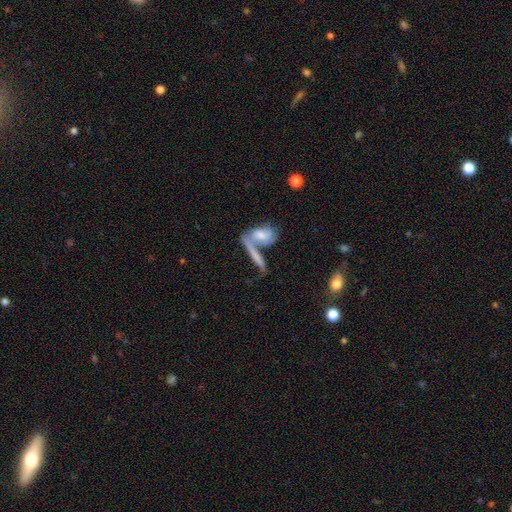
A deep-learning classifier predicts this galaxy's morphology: The model was most divided on "smooth or featured": smooth: 47%, featured or disk: 45%, star or artifact: 8%. More confident: merging — merger (52%).